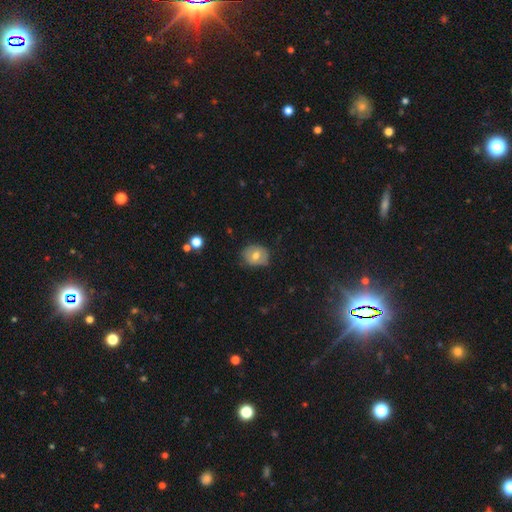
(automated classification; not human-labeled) Smooth or featured? smooth (68%)
How rounded? round (57%)
Merging? none (73%)